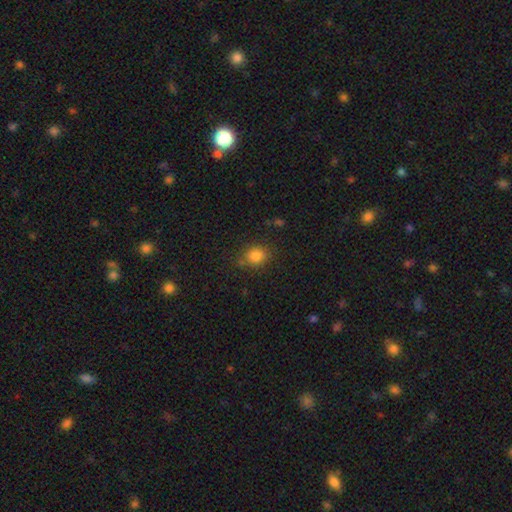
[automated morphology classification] smooth_or_featured: smooth (p=0.83) [alt: star or artifact p=0.11]
how_rounded: round (p=0.67) [alt: in between p=0.32]
merging: none (p=0.77) [alt: minor disturbance p=0.14]